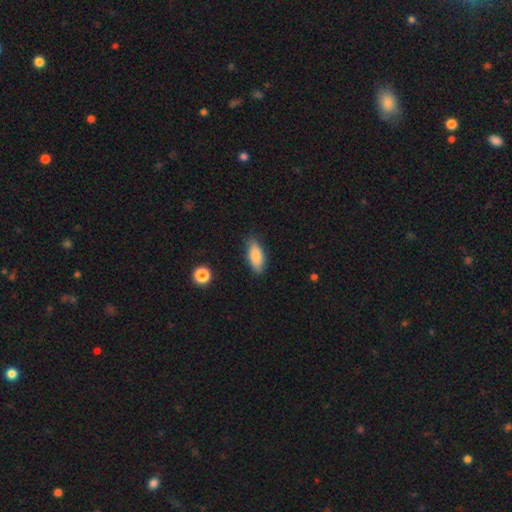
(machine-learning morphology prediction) smooth_or_featured: smooth (p=0.82) [alt: featured or disk p=0.11]
how_rounded: in between (p=0.82) [alt: cigar-shaped p=0.15]
merging: none (p=0.80) [alt: minor disturbance p=0.16]